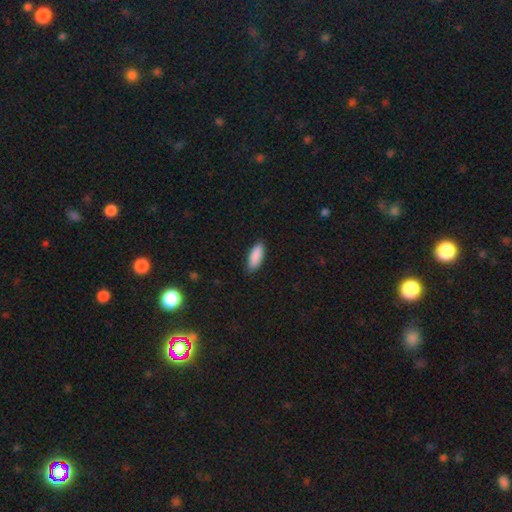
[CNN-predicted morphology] smooth-or-featured: smooth: 90% | star or artifact: 6% | featured or disk: 4%
  how-rounded: in between: 74% | cigar-shaped: 24% | round: 2%
  merging: none: 87% | minor disturbance: 10% | major disturbance: 2% | merger: 1%